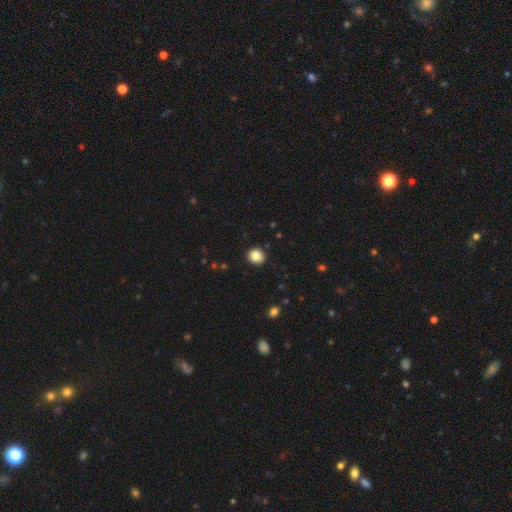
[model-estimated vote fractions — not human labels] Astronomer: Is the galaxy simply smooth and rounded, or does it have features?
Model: smooth — 85%.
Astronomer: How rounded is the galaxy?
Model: round — 90%.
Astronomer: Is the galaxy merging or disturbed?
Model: none — 91%.